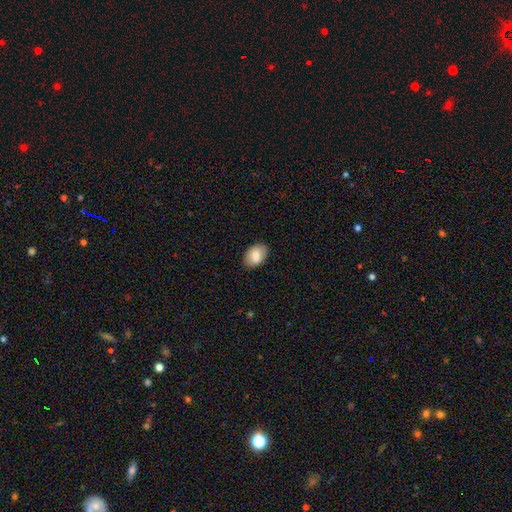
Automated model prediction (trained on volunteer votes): Overall: smooth (84%). How rounded: in between (84%). Merging: none (85%).